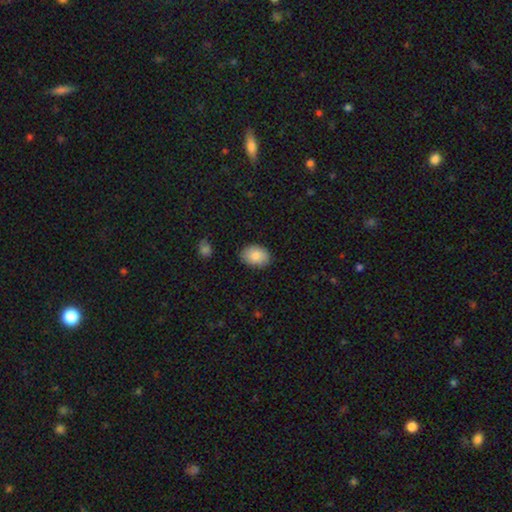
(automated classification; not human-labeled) The model was most divided on "how rounded": in between: 80%, round: 19%, cigar-shaped: 1%. More confident: smooth or featured — smooth (87%); merging — none (83%).